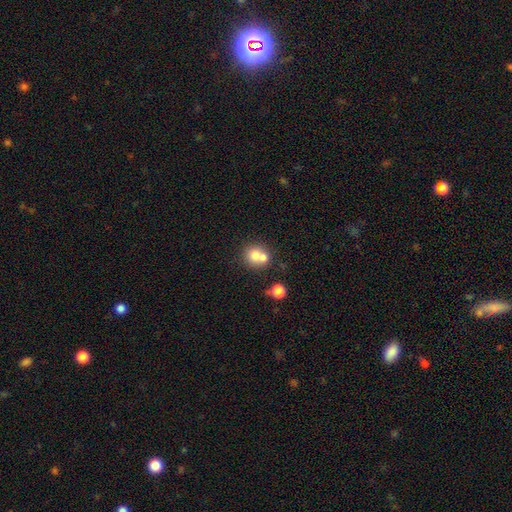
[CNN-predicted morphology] Q: Smooth or featured?
A: smooth (72%); runner-up: featured or disk (17%)
Q: How rounded?
A: round (80%); runner-up: in between (19%)
Q: Merging?
A: merger (54%); runner-up: none (36%)